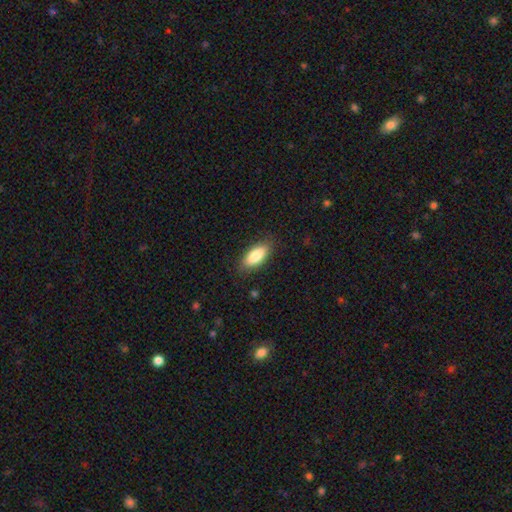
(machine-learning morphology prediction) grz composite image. It shows a smooth galaxy with no disk features (84%) that is in between round and cigar-shaped (82%). Merging: none (84%).